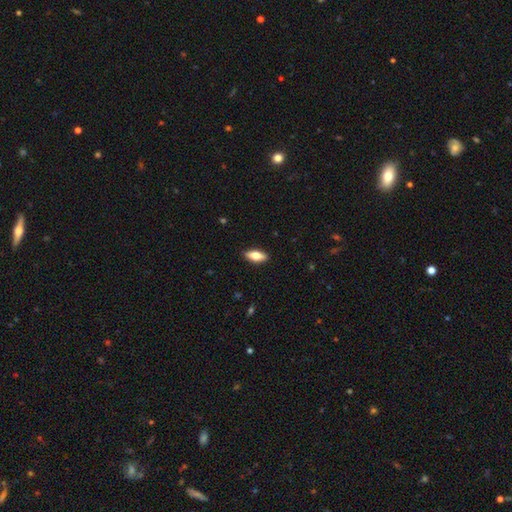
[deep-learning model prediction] Smooth or featured?
  - smooth: 67% *
  - featured or disk: 27%
  - star or artifact: 6%
How rounded?
  - in between: 75% *
  - cigar-shaped: 22%
  - round: 3%
Merging?
  - none: 90% *
  - minor disturbance: 8%
  - major disturbance: 2%
  - merger: 1%